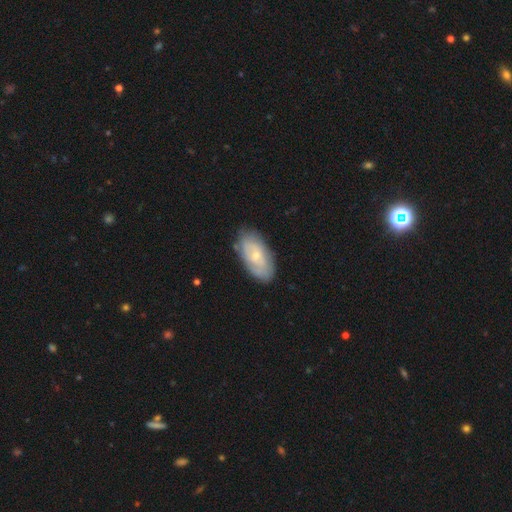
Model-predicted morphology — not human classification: Q: Smooth or featured?
A: featured or disk (51%); runner-up: smooth (43%)
Q: Edge-on disk?
A: no (92%); runner-up: yes (8%)
Q: Merging?
A: none (76%); runner-up: minor disturbance (19%)